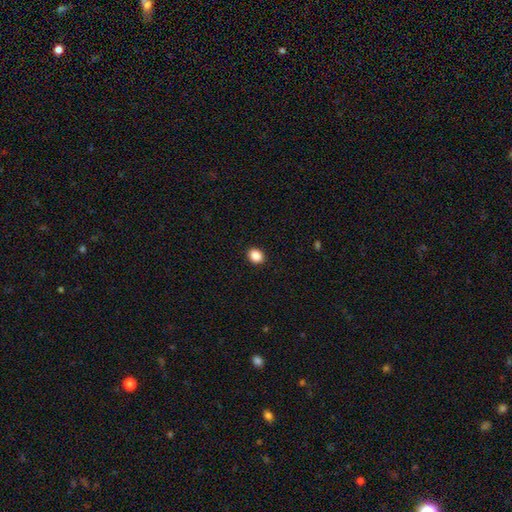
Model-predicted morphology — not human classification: This appears to be a smooth galaxy with no disk features (88%) that is round (54%). Merging: none (92%).